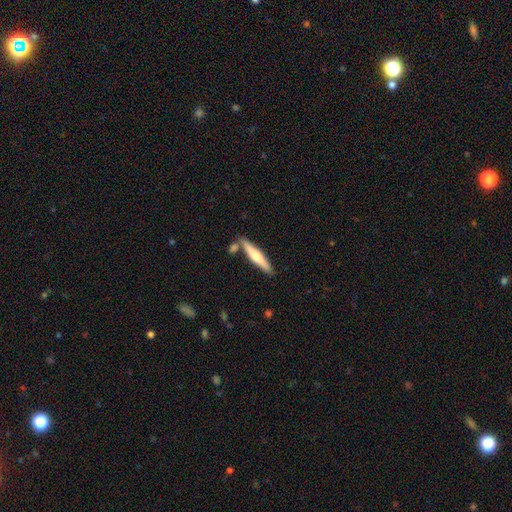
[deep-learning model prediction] smooth 52%, featured or disk 44%, star or artifact 5%. Down the decision tree: how rounded — cigar-shaped (89%); merging — none (78%).